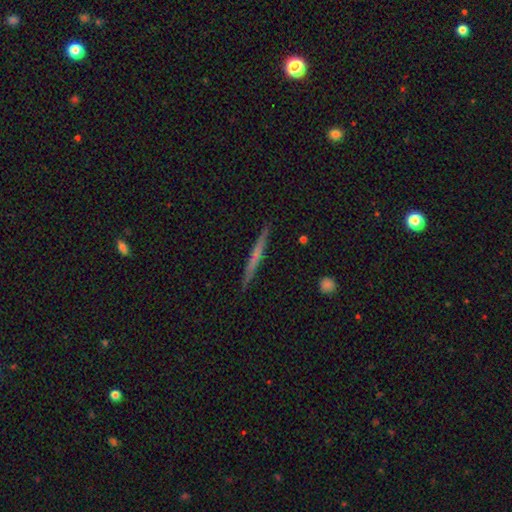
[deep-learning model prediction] Overall: featured or disk (49%; smooth 45%). Merging: none (92%).